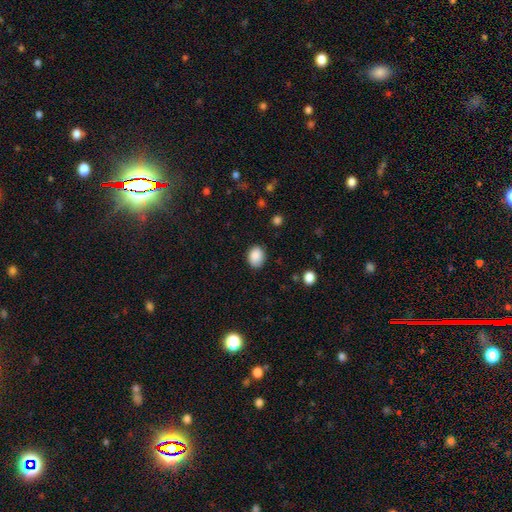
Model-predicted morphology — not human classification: smooth_or_featured: smooth (p=0.88) [alt: star or artifact p=0.08]
how_rounded: in between (p=0.60) [alt: round p=0.40]
merging: none (p=0.81) [alt: minor disturbance p=0.14]